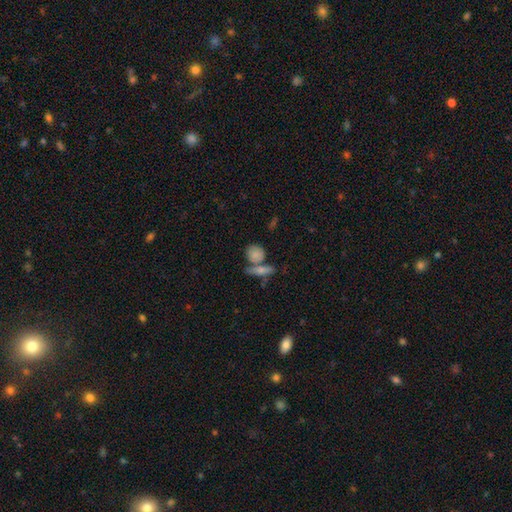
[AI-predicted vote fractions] smooth 75%, featured or disk 15%, star or artifact 10%. Down the decision tree: how rounded — round (64%); merging — none (52%).